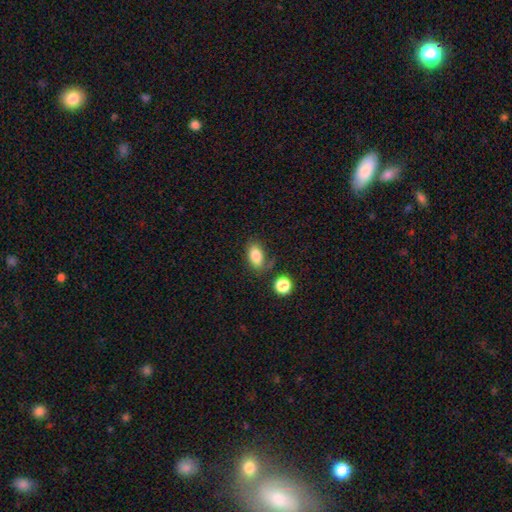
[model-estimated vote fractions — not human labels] smooth_or_featured: smooth (p=0.83) [alt: star or artifact p=0.09]
how_rounded: in between (p=0.88) [alt: round p=0.08]
merging: none (p=0.72) [alt: minor disturbance p=0.16]